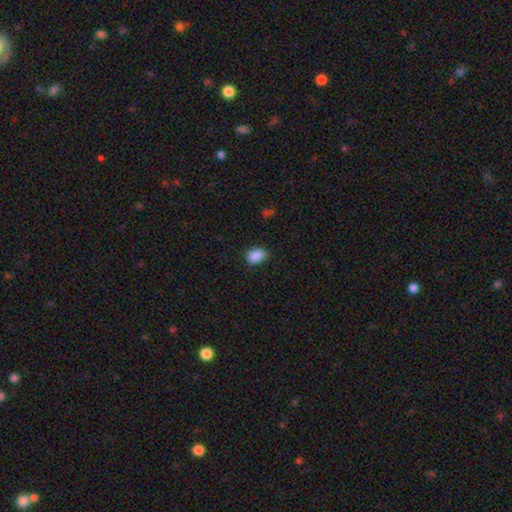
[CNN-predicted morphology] A smooth galaxy with no disk features (89%) that is in between round and cigar-shaped (80%). Merging: none (83%).